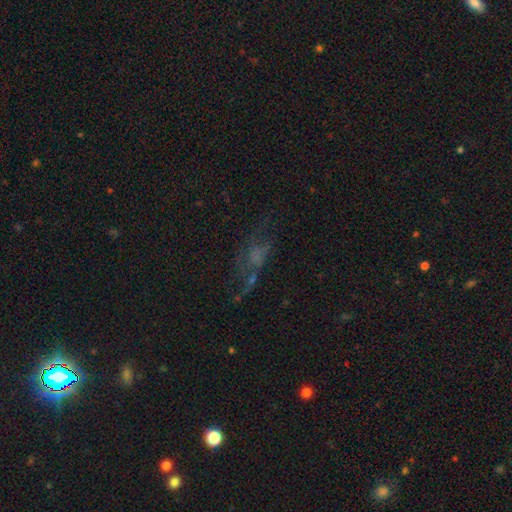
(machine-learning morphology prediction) A featured or disk galaxy (45%). Merging: none (40%).